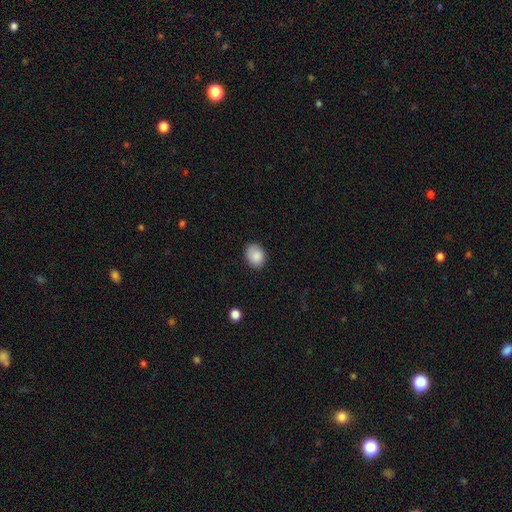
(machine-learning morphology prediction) smooth 88%, star or artifact 8%, featured or disk 4%. Down the decision tree: how rounded — in between (61%); merging — none (83%).